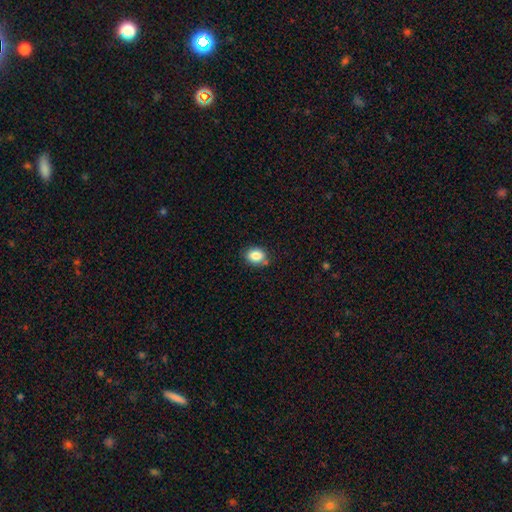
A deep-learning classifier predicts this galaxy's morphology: Smooth or featured: smooth — 85% (star or artifact — 9%)
How rounded: in between — 50% (round — 49%)
Merging: none — 78% (minor disturbance — 14%)